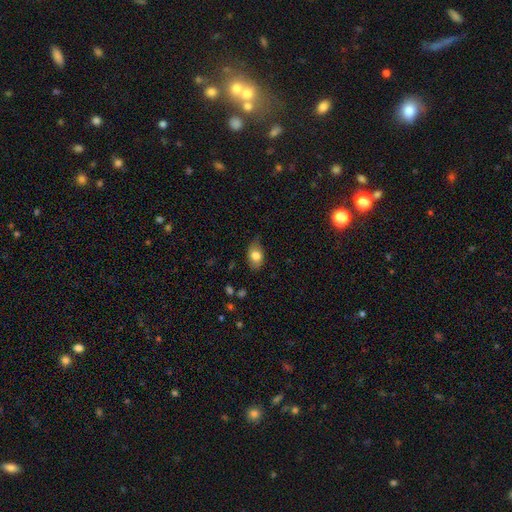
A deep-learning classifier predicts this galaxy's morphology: Smooth or featured?
  - smooth: 78% *
  - featured or disk: 13%
  - star or artifact: 8%
How rounded?
  - in between: 82% *
  - round: 16%
  - cigar-shaped: 2%
Merging?
  - none: 69% *
  - minor disturbance: 25%
  - major disturbance: 5%
  - merger: 1%